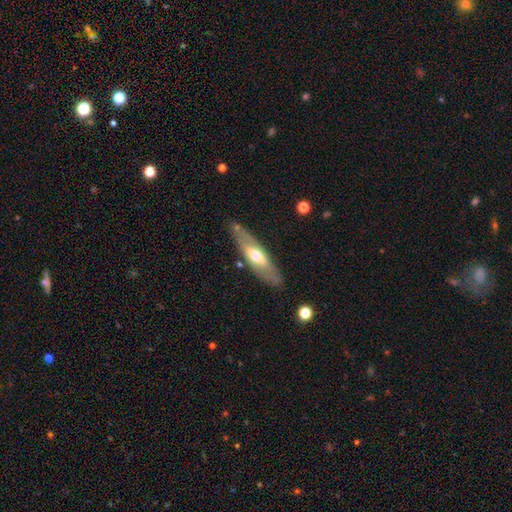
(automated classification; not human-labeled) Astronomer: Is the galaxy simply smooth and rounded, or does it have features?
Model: featured or disk — 54% (runner-up: smooth, 41%).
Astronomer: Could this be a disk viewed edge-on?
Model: yes — 52% (runner-up: no, 48%).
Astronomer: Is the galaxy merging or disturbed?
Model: none — 79%.